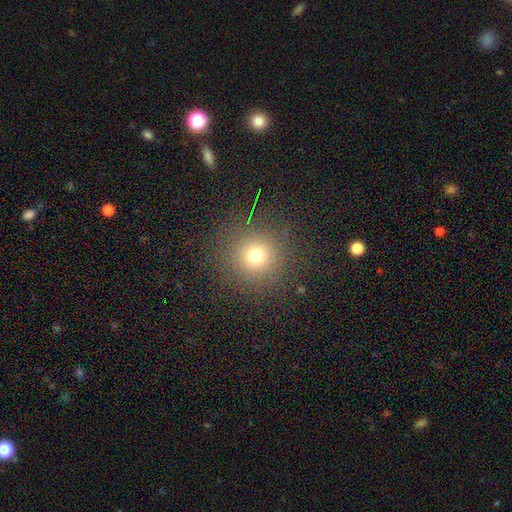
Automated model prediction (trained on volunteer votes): Overall: smooth (71%). How rounded: round (94%). Merging: none (87%).